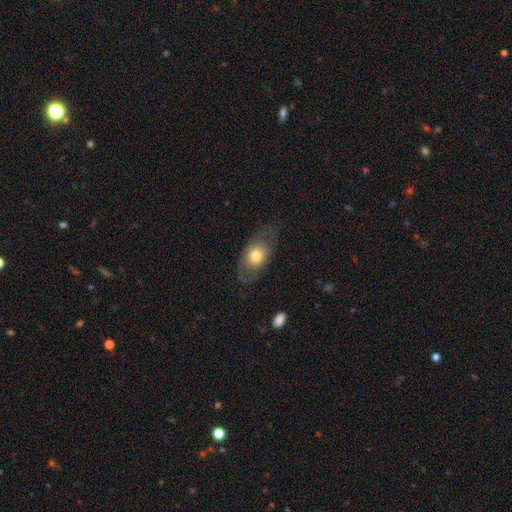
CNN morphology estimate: smooth-or-featured: smooth: 64% | featured or disk: 29% | star or artifact: 7%
  how-rounded: in between: 78% | round: 20% | cigar-shaped: 2%
  merging: none: 68% | minor disturbance: 19% | major disturbance: 11% | merger: 2%